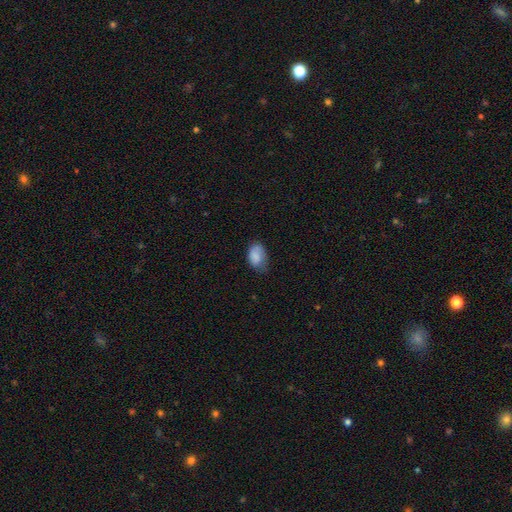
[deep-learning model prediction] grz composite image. It shows a smooth galaxy with no disk features (80%) that is in between round and cigar-shaped (87%). Merging: none (53%).